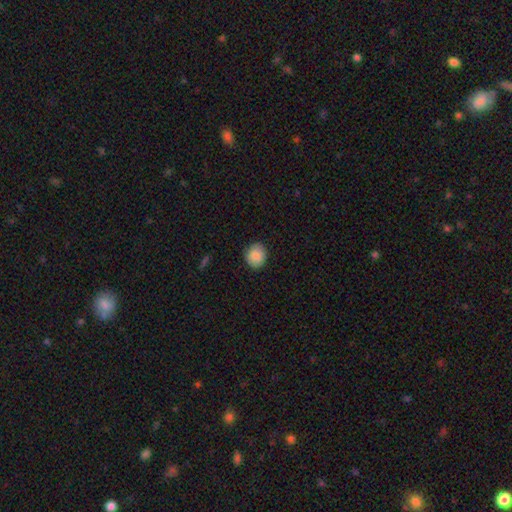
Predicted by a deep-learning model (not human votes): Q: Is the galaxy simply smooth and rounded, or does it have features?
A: smooth — 88%.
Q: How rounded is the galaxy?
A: round — 76%.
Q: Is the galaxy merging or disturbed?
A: none — 88%.